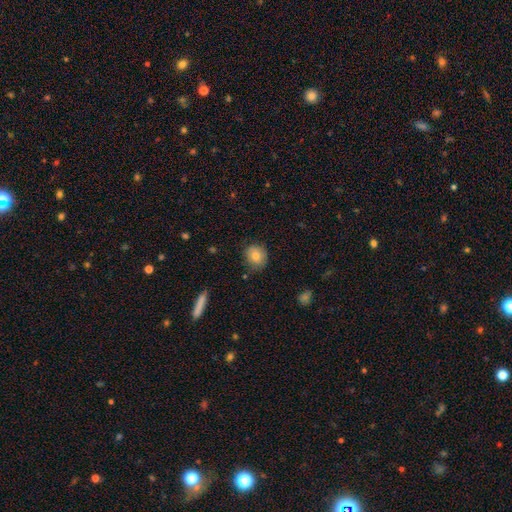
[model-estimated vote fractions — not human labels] A smooth galaxy with no disk features (79%) that is round (79%).

Vote fractions:
- Smooth or featured? smooth: 79% / featured or disk: 12% / star or artifact: 9%
- How rounded? round: 79% / in between: 20% / cigar-shaped: 1%
- Merging? none: 76% / minor disturbance: 19% / major disturbance: 3% / merger: 2%